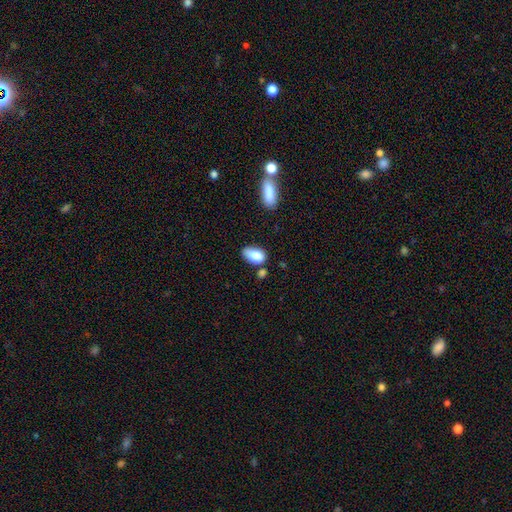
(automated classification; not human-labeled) Overall: smooth (83%). How rounded: in between (91%). Merging: none (45%; minor disturbance 31%).